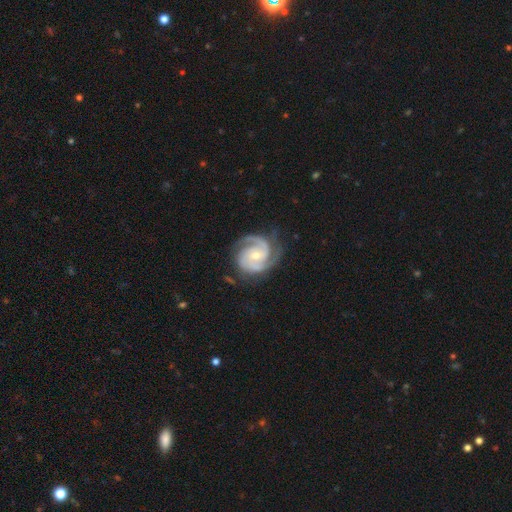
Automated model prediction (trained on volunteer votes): This appears to be a featured or disk galaxy (92%) with no bar (62%), 2 (54%) tight (58%) spiral arms (98%) and a small central bulge (52%). Merging: none (75%).